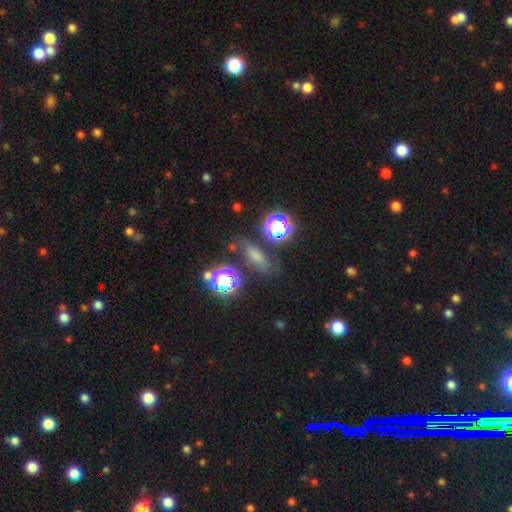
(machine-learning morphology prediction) Smooth or featured?
  - smooth: 56% *
  - star or artifact: 29%
  - featured or disk: 15%
How rounded?
  - in between: 62% *
  - cigar-shaped: 22%
  - round: 16%
Merging?
  - none: 69% *
  - minor disturbance: 17%
  - major disturbance: 8%
  - merger: 6%